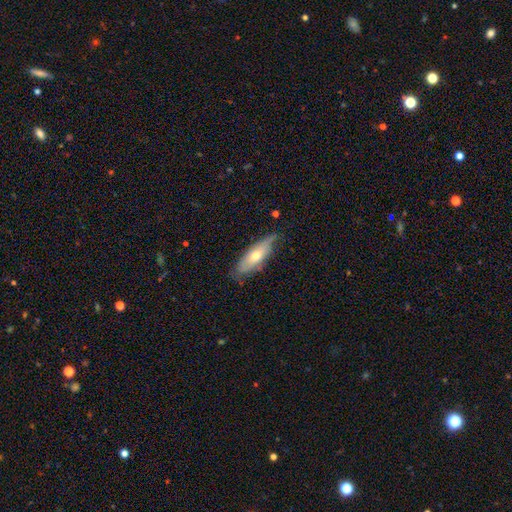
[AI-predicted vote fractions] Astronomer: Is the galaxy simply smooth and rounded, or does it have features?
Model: smooth — 51% (runner-up: featured or disk, 43%).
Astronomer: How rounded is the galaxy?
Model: in between — 61% (runner-up: cigar-shaped, 37%).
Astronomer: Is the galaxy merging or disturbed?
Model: none — 63%.